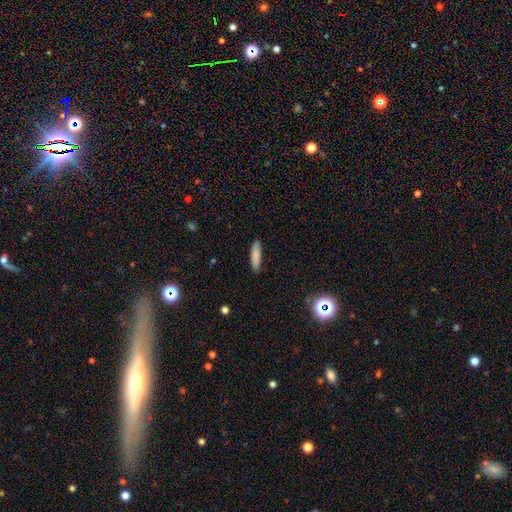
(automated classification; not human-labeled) The model was most divided on "how rounded": cigar-shaped: 71%, in between: 28%, round: 2%. More confident: merging — none (88%); smooth or featured — smooth (84%).